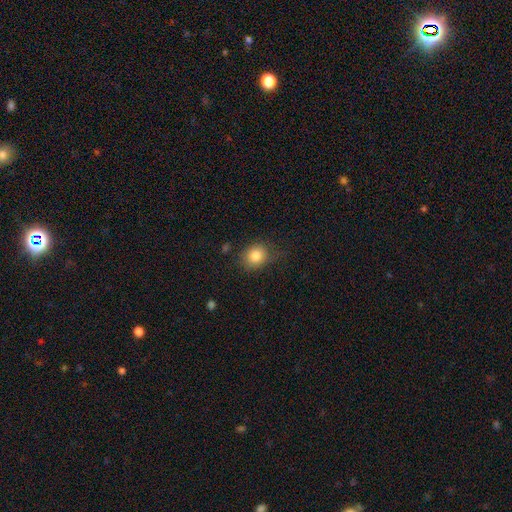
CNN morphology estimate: Smooth or featured? Predicted: smooth (p=0.83). How rounded? Predicted: round (p=0.67). Merging? Predicted: none (p=0.69).